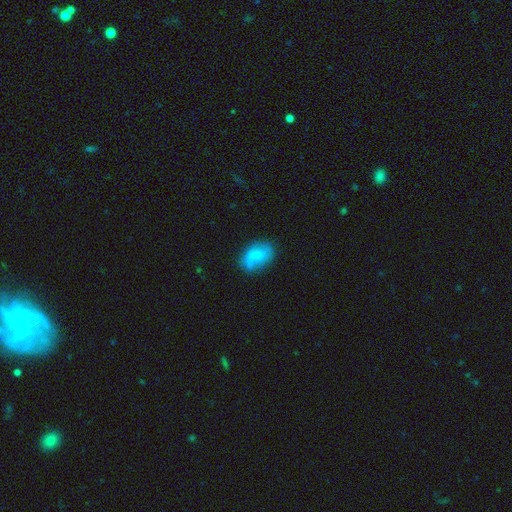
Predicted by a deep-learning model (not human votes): Smooth or featured: smooth — 55% (featured or disk — 36%)
How rounded: in between — 81% (round — 17%)
Merging: none — 51% (minor disturbance — 28%)